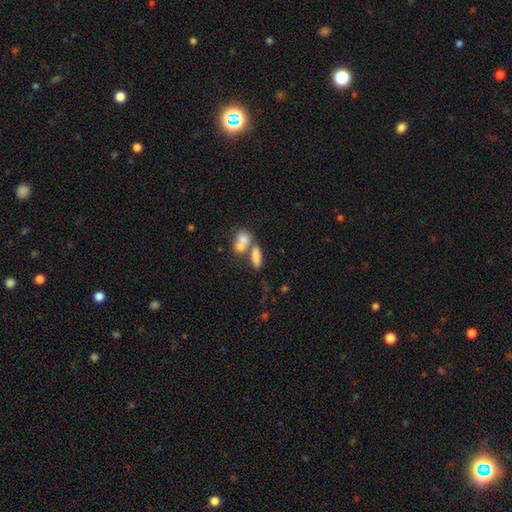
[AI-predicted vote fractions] A smooth galaxy with no disk features (74%) that is in between round and cigar-shaped (67%).

Vote fractions:
- Smooth or featured? smooth: 74% / featured or disk: 17% / star or artifact: 10%
- How rounded? in between: 67% / cigar-shaped: 21% / round: 11%
- Merging? merger: 52% / none: 33% / minor disturbance: 9% / major disturbance: 6%